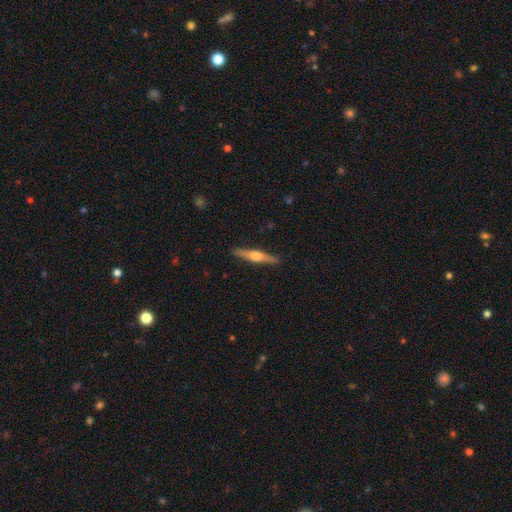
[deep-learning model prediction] Smooth or featured: featured or disk — 67% (smooth — 27%)
Edge-on disk: yes — 97% (no — 3%)
Edge-on bulge: rounded — 90% (boxy — 7%)
Merging: none — 90% (minor disturbance — 7%)